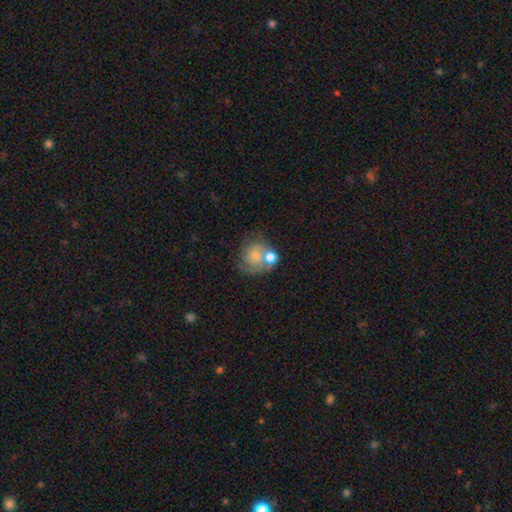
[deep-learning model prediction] The model was most divided on "smooth or featured" (2-way tie): smooth: 46%, featured or disk: 46%, star or artifact: 8%. Remaining: merging — merger (40%).